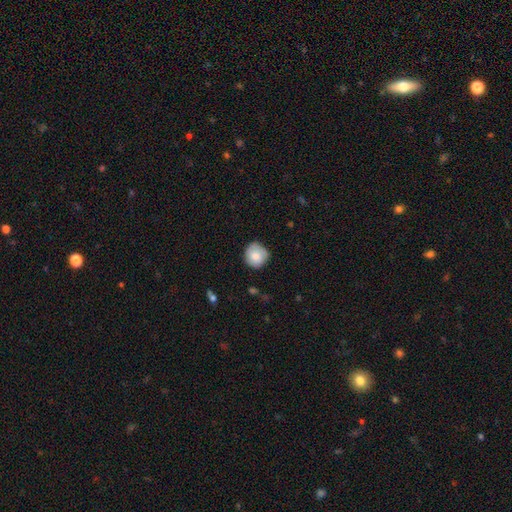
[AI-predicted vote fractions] A smooth galaxy with no disk features (81%) that is round (91%).

Vote fractions:
- Smooth or featured? smooth: 81% / featured or disk: 11% / star or artifact: 7%
- How rounded? round: 91% / in between: 8% / cigar-shaped: 1%
- Merging? none: 75% / minor disturbance: 20% / major disturbance: 4% / merger: 1%